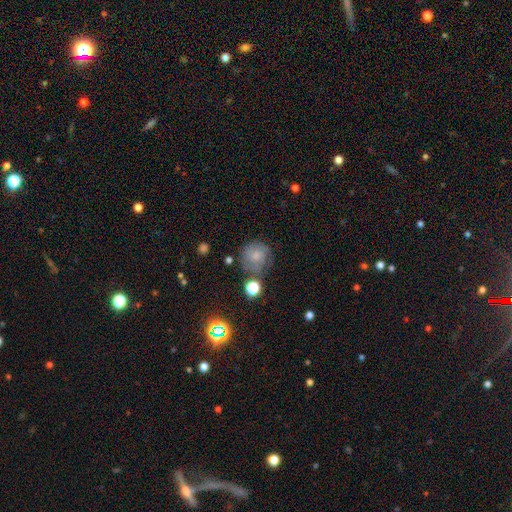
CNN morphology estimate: A smooth galaxy with no disk features (65%) that is round (88%).

Vote fractions:
- Smooth or featured? smooth: 65% / featured or disk: 23% / star or artifact: 12%
- How rounded? round: 88% / in between: 11% / cigar-shaped: 1%
- Merging? none: 59% / minor disturbance: 23% / major disturbance: 11% / merger: 7%